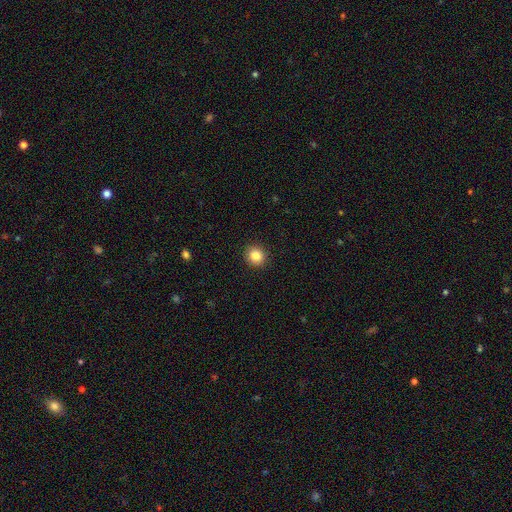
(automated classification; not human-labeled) Smooth or featured? Predicted: smooth (p=0.85). How rounded? Predicted: round (p=0.89). Merging? Predicted: none (p=0.92).